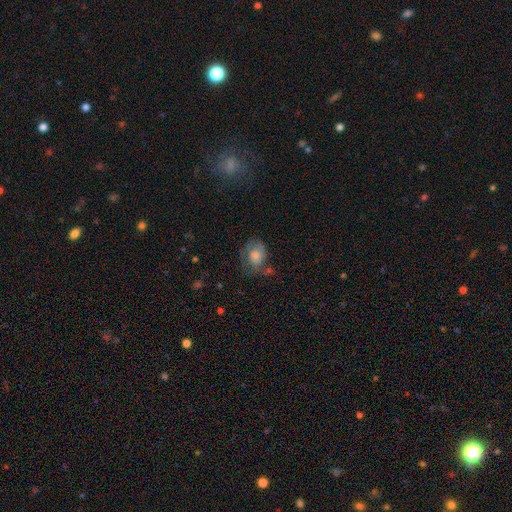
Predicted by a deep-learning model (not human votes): This appears to be a smooth galaxy with no disk features (63%) that is in between round and cigar-shaped (52%). Merging: none (40%).